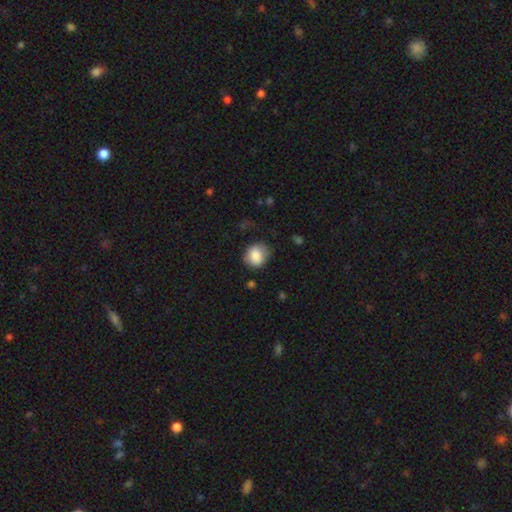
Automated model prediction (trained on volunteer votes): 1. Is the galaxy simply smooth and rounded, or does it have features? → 85% smooth, 8% star or artifact, 7% featured or disk.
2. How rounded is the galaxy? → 69% round, 30% in between, 1% cigar-shaped.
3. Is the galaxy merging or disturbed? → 73% none, 19% minor disturbance, 6% major disturbance, 2% merger.